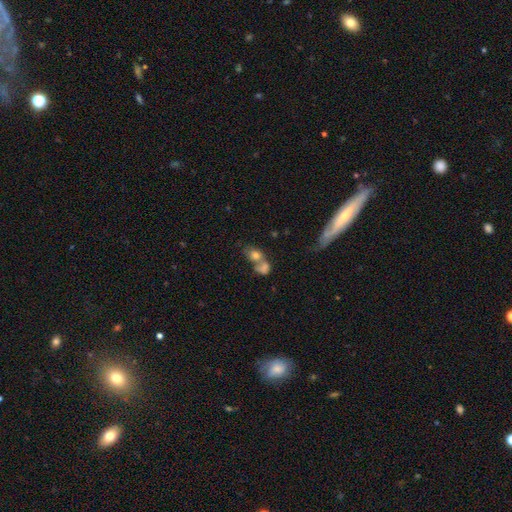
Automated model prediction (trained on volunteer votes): A smooth galaxy with no disk features (57%) that is in between round and cigar-shaped (49%).

Vote fractions:
- Smooth or featured? smooth: 57% / featured or disk: 29% / star or artifact: 15%
- How rounded? in between: 49% / round: 40% / cigar-shaped: 11%
- Merging? merger: 47% / none: 34% / minor disturbance: 11% / major disturbance: 8%